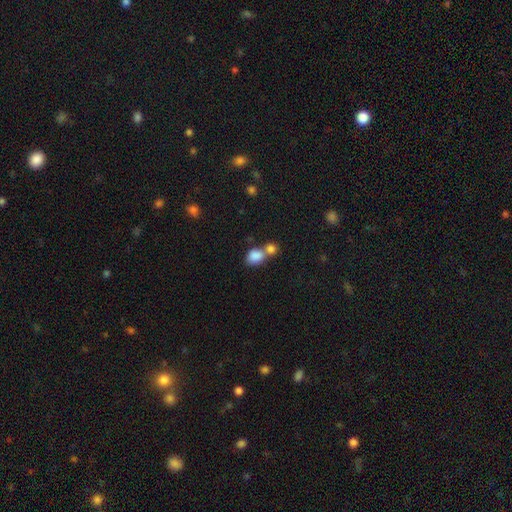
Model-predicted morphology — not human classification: smooth 85%, star or artifact 8%, featured or disk 7%. Down the decision tree: how rounded — in between (64%); merging — merger (56%).